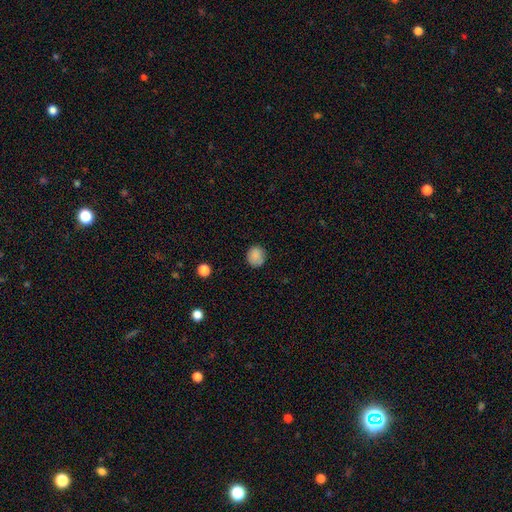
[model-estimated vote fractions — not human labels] Morphology: type=smooth (86%); roundness=round (82%); merging=none (80%).